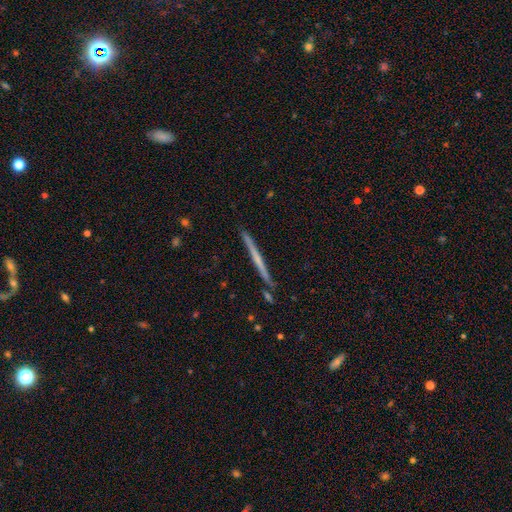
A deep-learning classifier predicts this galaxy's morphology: The model was most divided on "smooth or featured": featured or disk: 58%, smooth: 36%, star or artifact: 6%. More confident: edge-on disk — yes (98%); merging — none (89%); edge-on bulge — none (84%).